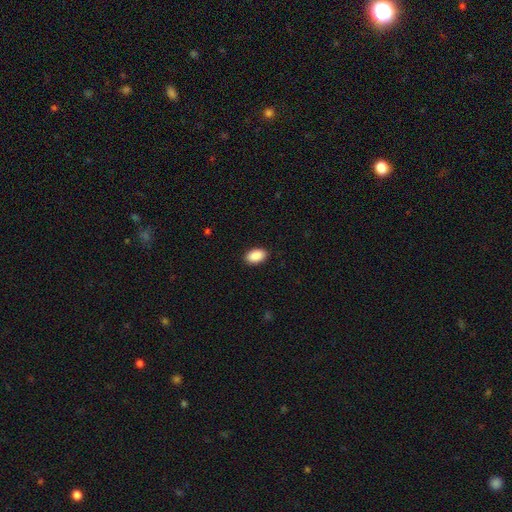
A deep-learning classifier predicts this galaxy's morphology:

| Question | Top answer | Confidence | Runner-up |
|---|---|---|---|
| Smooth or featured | smooth | 91% | star or artifact (7%) |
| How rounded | in between | 91% | round (8%) |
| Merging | none | 90% | minor disturbance (8%) |